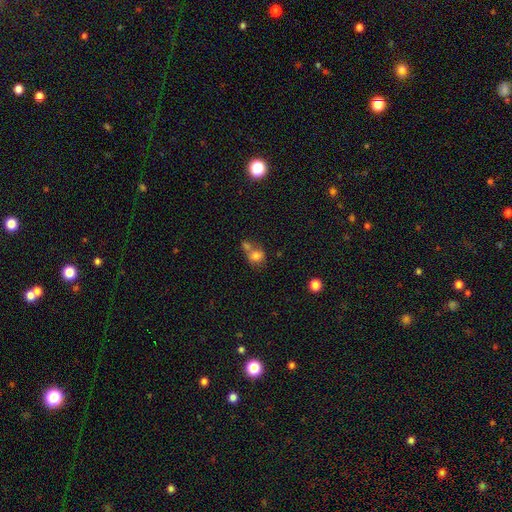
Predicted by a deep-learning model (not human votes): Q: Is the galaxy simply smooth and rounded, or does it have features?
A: smooth — 76%.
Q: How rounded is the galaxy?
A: round — 67%.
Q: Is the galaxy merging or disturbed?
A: merger — 49%.